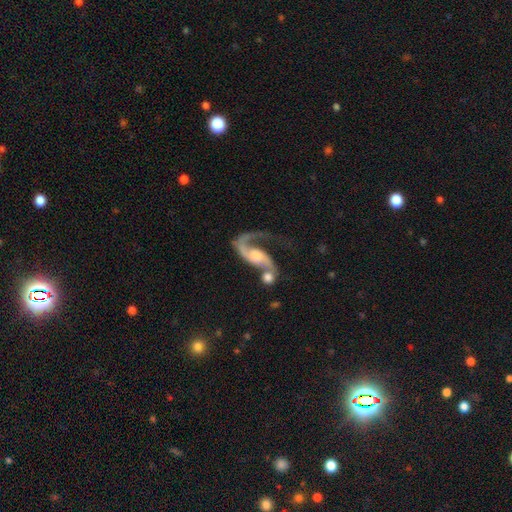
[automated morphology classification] A featured or disk galaxy (87%) with no bar (51%), 2 (69%) loose (61%) spiral arms (95%) and a moderate central bulge (43%). Merging: none (35%).